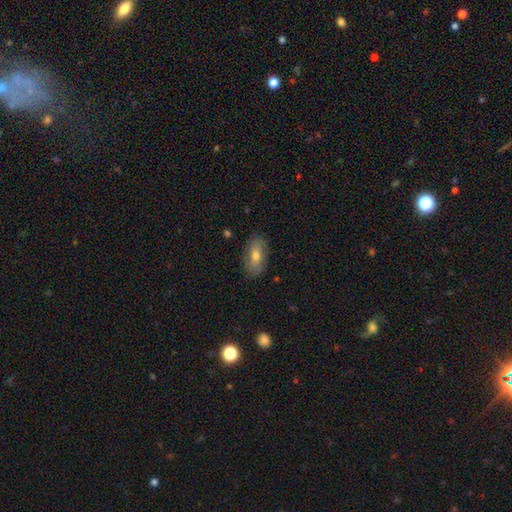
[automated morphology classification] Q: Smooth or featured?
A: smooth (60%); runner-up: featured or disk (32%)
Q: How rounded?
A: in between (86%); runner-up: cigar-shaped (9%)
Q: Merging?
A: none (83%); runner-up: minor disturbance (13%)